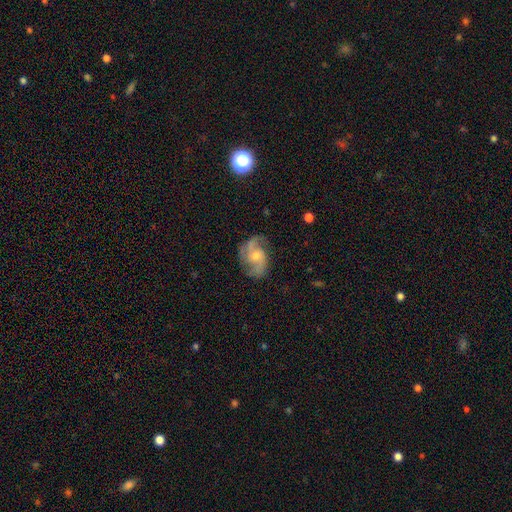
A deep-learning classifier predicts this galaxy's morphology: This is clearly a featured or disk galaxy (81%). It is clearly not viewed edge-on (97%). Bar: likely no (63%). Spiral arm pattern: clearly yes (95%). Spiral arm count: likely 2 (68%). Spiral winding: possibly medium (51%). Central bulge: possibly small (51%). Merging: likely none (72%).